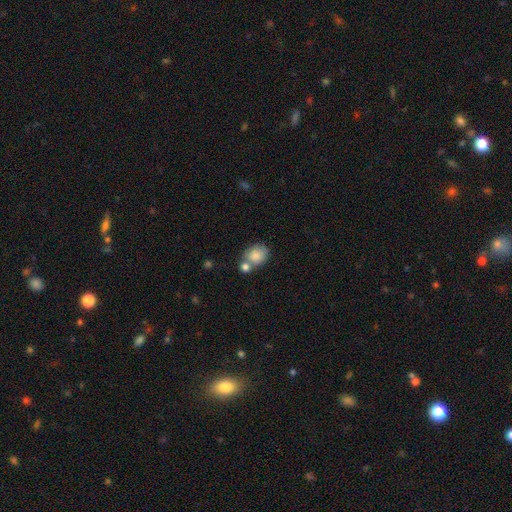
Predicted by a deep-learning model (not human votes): This appears to be a smooth galaxy with no disk features (83%) that is round (56%). Merging: none (47%).